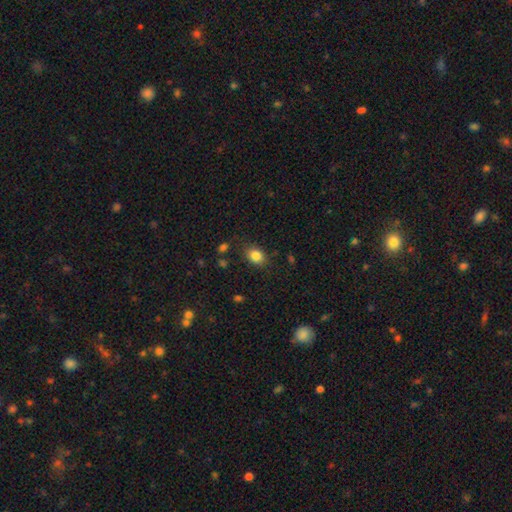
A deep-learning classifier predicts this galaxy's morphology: type=smooth (85%); roundness=in between (60%); merging=none (82%).